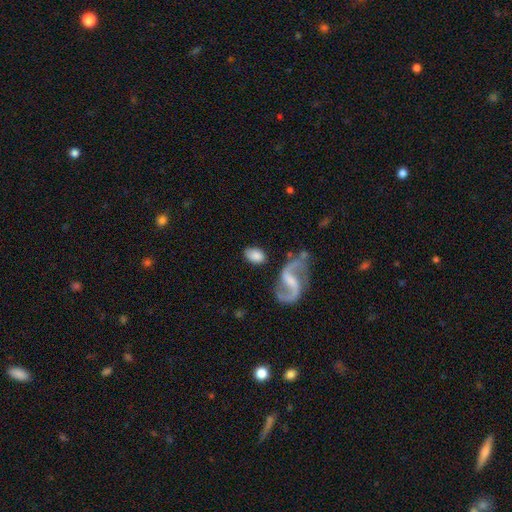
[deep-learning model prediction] Morphology: type=smooth (66%); roundness=in between (87%); merging=none (71%).